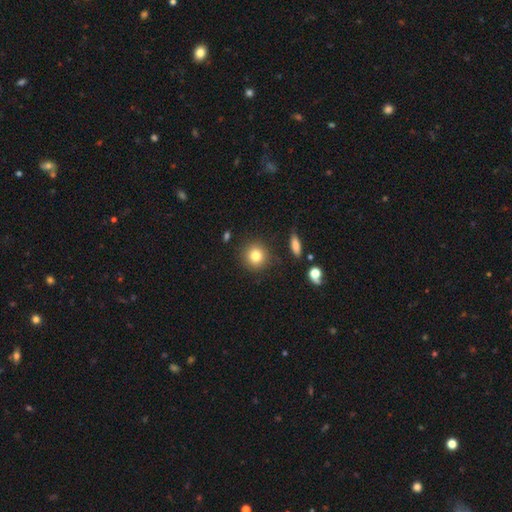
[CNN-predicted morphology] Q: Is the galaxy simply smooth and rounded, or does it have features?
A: smooth — 81%.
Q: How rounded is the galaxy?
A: round — 90%.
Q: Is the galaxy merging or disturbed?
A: none — 87%.